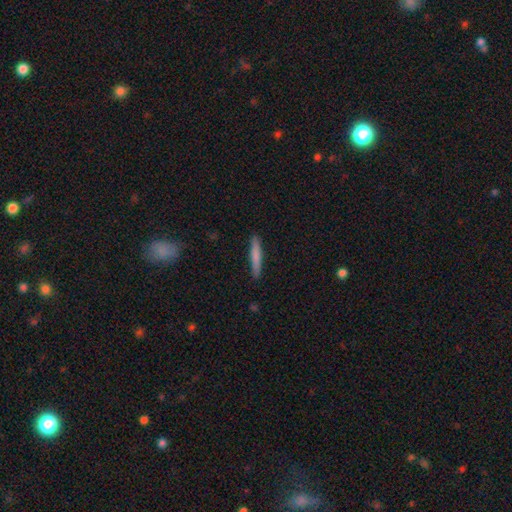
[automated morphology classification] Smooth or featured? Predicted: smooth (p=0.75). How rounded? Predicted: cigar-shaped (p=0.94). Merging? Predicted: none (p=0.90).